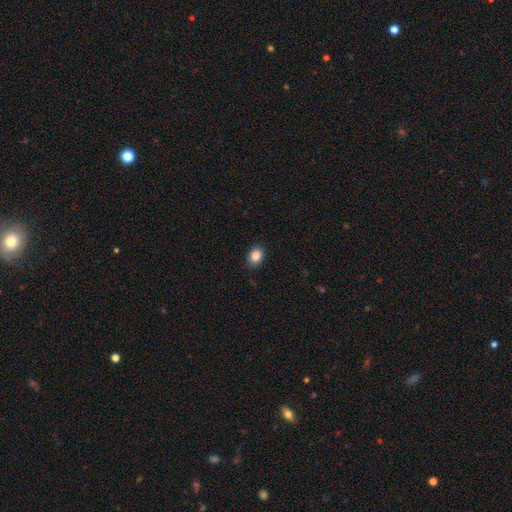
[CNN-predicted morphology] type=smooth (86%); roundness=in between (64%); merging=none (85%).